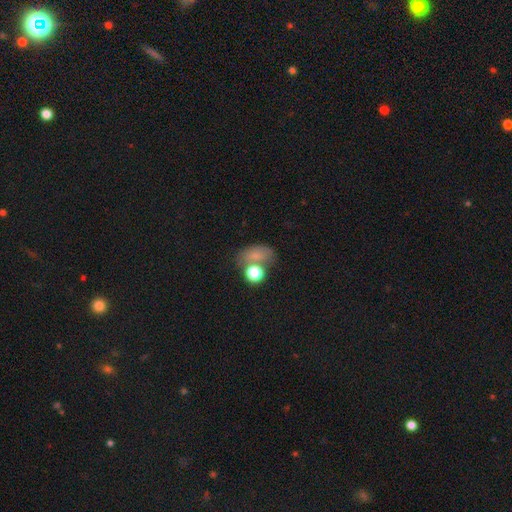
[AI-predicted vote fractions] smooth 69%, star or artifact 18%, featured or disk 13%. Down the decision tree: how rounded — in between (67%); merging — none (43%).